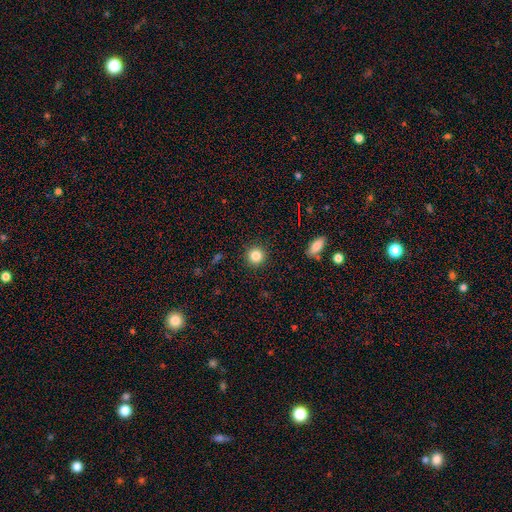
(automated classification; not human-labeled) Q: Smooth or featured?
A: smooth (84%); runner-up: star or artifact (11%)
Q: How rounded?
A: round (94%); runner-up: in between (5%)
Q: Merging?
A: none (92%); runner-up: minor disturbance (5%)